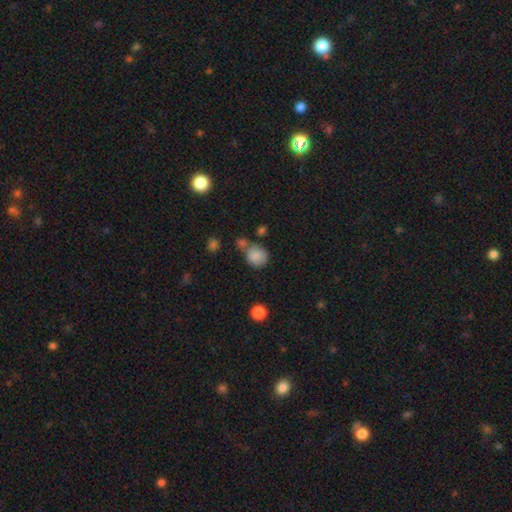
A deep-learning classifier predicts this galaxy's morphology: smooth 84%, star or artifact 10%, featured or disk 7%. Down the decision tree: how rounded — round (75%); merging — none (51%).